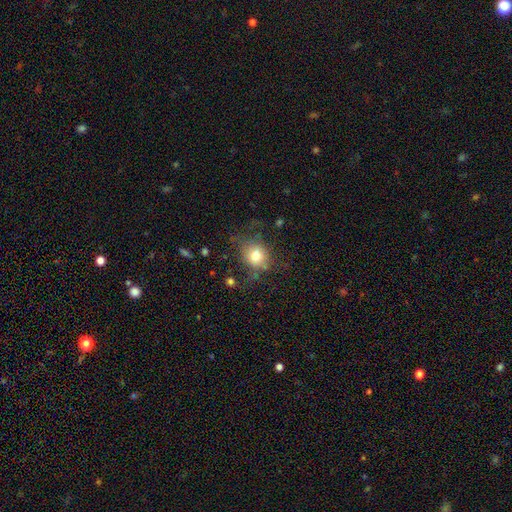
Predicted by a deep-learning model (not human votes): smooth_or_featured: smooth (p=0.75) [alt: featured or disk p=0.14]
how_rounded: round (p=0.68) [alt: in between p=0.31]
merging: none (p=0.57) [alt: minor disturbance p=0.23]